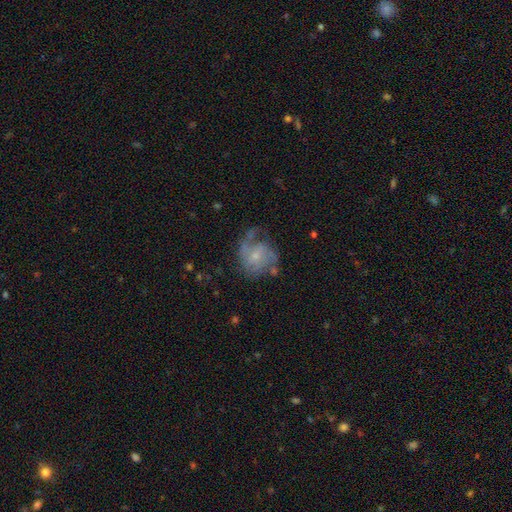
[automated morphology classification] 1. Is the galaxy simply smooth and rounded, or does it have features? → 68% featured or disk, 25% smooth, 8% star or artifact.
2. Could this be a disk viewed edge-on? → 98% no, 2% yes.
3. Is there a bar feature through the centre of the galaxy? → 69% no, 27% weak, 4% strong.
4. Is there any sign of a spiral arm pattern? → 82% yes, 18% no.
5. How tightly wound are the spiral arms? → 42% medium, 30% tight, 28% loose.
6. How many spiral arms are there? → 33% 2, 27% can't tell, 22% 1, 11% 3, 4% 4, 4% more than 4.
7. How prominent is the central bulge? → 65% small, 27% moderate, 5% none, 2% large, 1% dominant.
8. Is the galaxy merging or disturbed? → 46% none, 26% major disturbance, 24% minor disturbance, 4% merger.